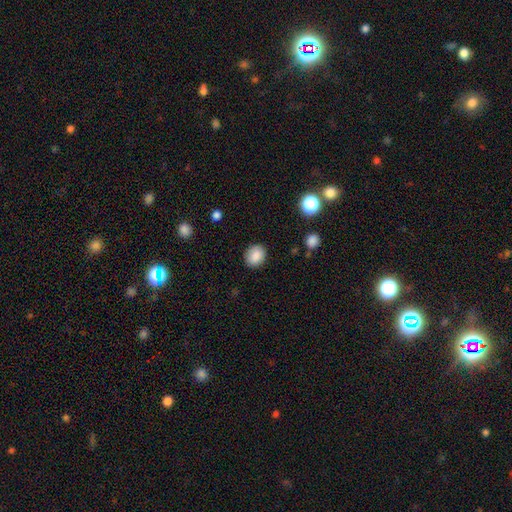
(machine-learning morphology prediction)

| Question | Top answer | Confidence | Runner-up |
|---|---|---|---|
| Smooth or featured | smooth | 86% | star or artifact (9%) |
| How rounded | round | 60% | in between (39%) |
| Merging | none | 86% | minor disturbance (10%) |